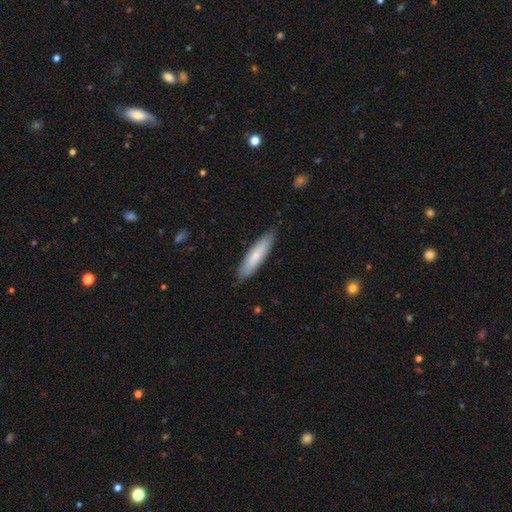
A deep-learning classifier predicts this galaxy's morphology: Q: Smooth or featured?
A: smooth (73%); runner-up: featured or disk (22%)
Q: How rounded?
A: cigar-shaped (81%); runner-up: in between (17%)
Q: Merging?
A: none (88%); runner-up: minor disturbance (10%)